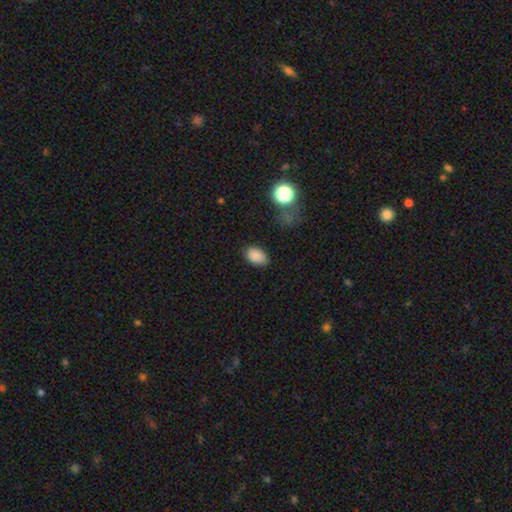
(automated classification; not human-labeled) Smooth or featured? Predicted: smooth (p=0.86). How rounded? Predicted: in between (p=0.89). Merging? Predicted: none (p=0.81).